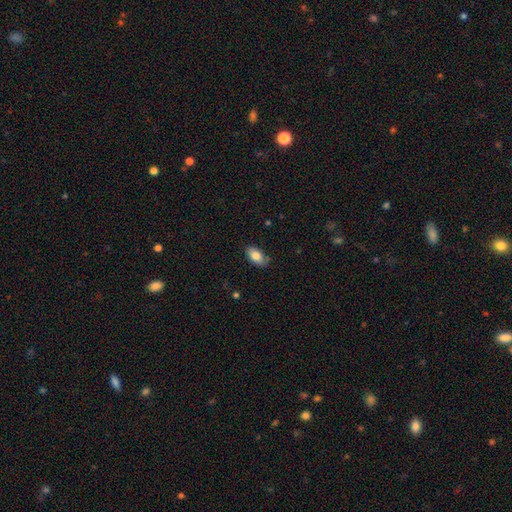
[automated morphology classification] smooth-or-featured: smooth: 83% | featured or disk: 10% | star or artifact: 7%
  how-rounded: in between: 93% | round: 4% | cigar-shaped: 3%
  merging: none: 82% | minor disturbance: 15% | major disturbance: 2% | merger: 1%